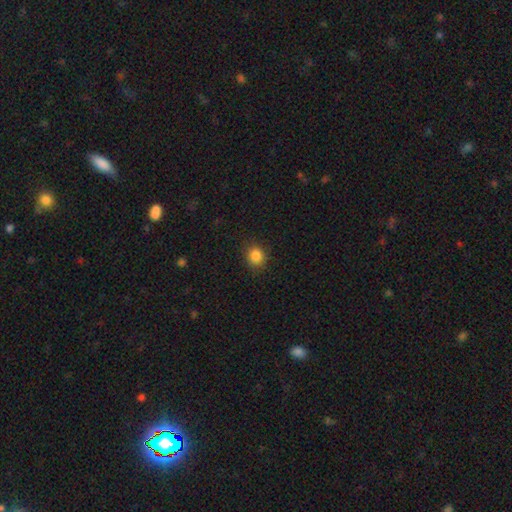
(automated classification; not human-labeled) Smooth or featured: smooth — 85% (star or artifact — 11%)
How rounded: round — 78% (in between — 21%)
Merging: none — 88% (minor disturbance — 9%)